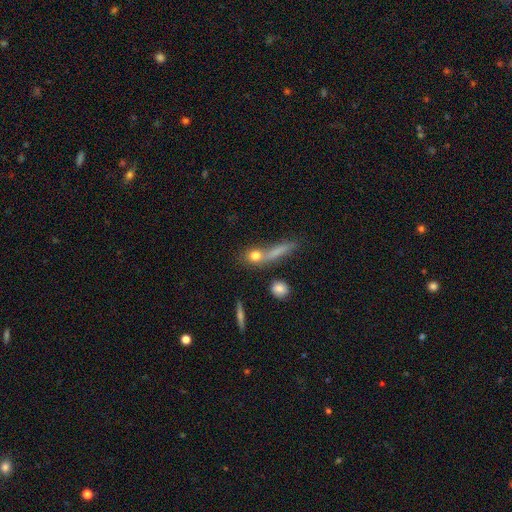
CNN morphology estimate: Smooth or featured? smooth (74%)
How rounded? round (56%)
Merging? none (51%)